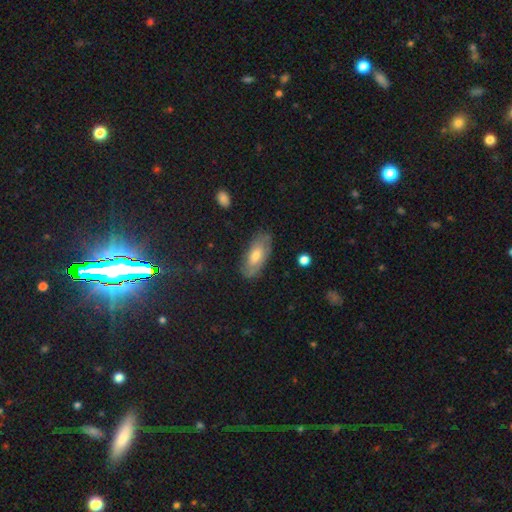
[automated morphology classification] Smooth or featured?
  - smooth: 56% *
  - featured or disk: 37%
  - star or artifact: 7%
How rounded?
  - in between: 87% *
  - cigar-shaped: 10%
  - round: 3%
Merging?
  - none: 78% *
  - minor disturbance: 17%
  - major disturbance: 4%
  - merger: 1%